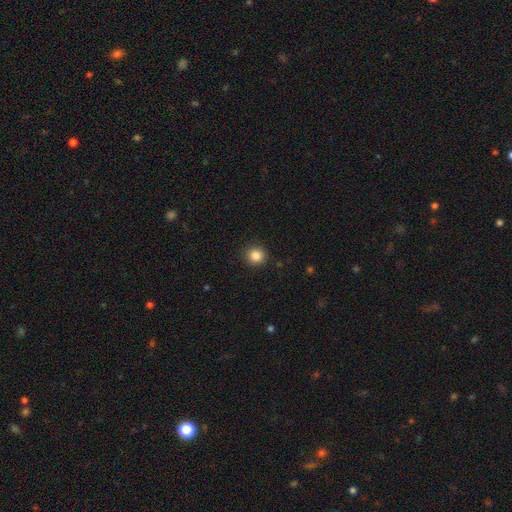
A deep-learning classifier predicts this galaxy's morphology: Smooth or featured?
  - smooth: 85% *
  - star or artifact: 11%
  - featured or disk: 4%
How rounded?
  - round: 93% *
  - in between: 6%
  - cigar-shaped: 1%
Merging?
  - none: 91% *
  - minor disturbance: 6%
  - major disturbance: 2%
  - merger: 1%